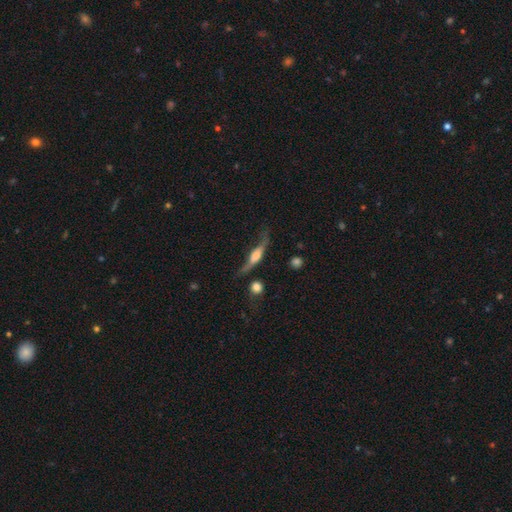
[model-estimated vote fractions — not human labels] Smooth or featured? Predicted: featured or disk (p=0.63). Edge-on disk? Predicted: yes (p=0.84). Edge-on bulge? Predicted: rounded (p=0.73). Merging? Predicted: none (p=0.52).